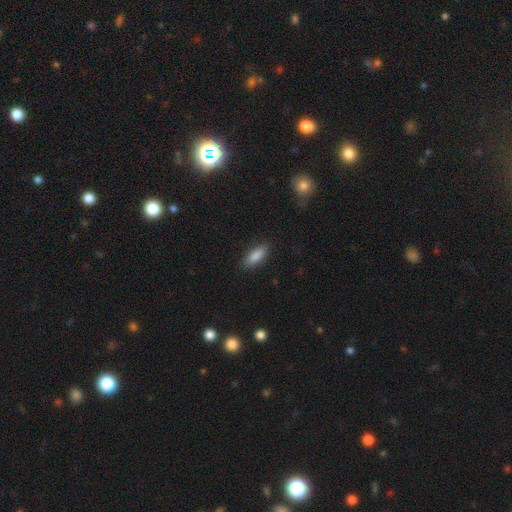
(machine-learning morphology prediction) Q: Smooth or featured?
A: smooth (86%); runner-up: featured or disk (8%)
Q: How rounded?
A: in between (63%); runner-up: cigar-shaped (35%)
Q: Merging?
A: none (87%); runner-up: minor disturbance (10%)